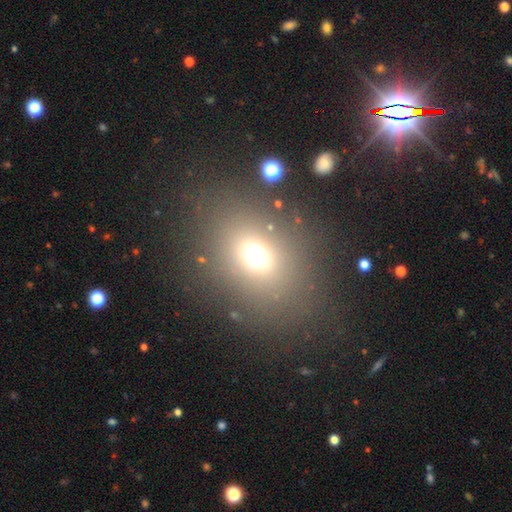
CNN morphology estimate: Q: Smooth or featured?
A: smooth (65%); runner-up: star or artifact (24%)
Q: How rounded?
A: round (50%); runner-up: in between (48%)
Q: Merging?
A: none (79%); runner-up: minor disturbance (10%)